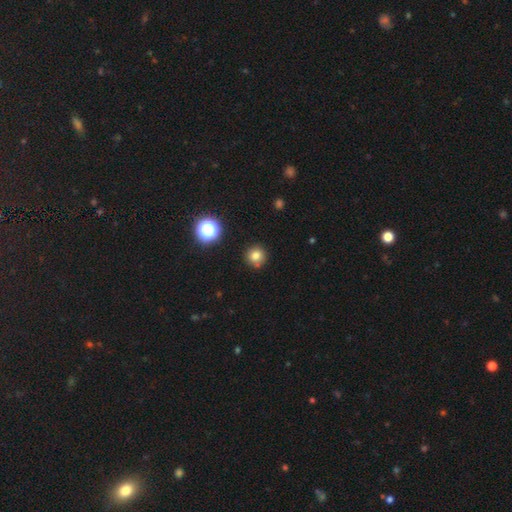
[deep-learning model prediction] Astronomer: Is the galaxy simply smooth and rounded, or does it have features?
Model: smooth — 79%.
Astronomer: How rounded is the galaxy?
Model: round — 94%.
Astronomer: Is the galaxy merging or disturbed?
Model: none — 84%.